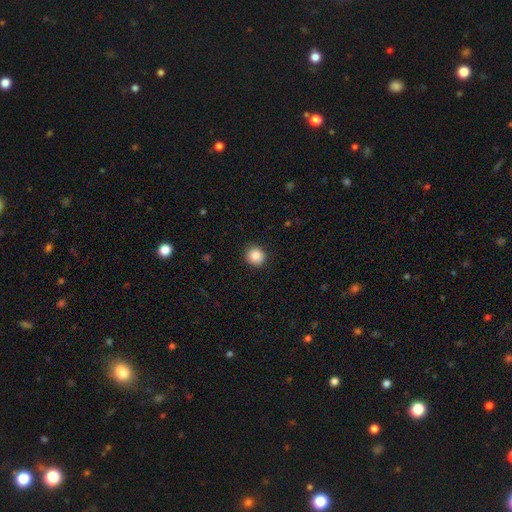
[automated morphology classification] Smooth or featured?
  - smooth: 88% *
  - star or artifact: 9%
  - featured or disk: 3%
How rounded?
  - round: 93% *
  - in between: 6%
  - cigar-shaped: 1%
Merging?
  - none: 91% *
  - minor disturbance: 6%
  - major disturbance: 2%
  - merger: 1%